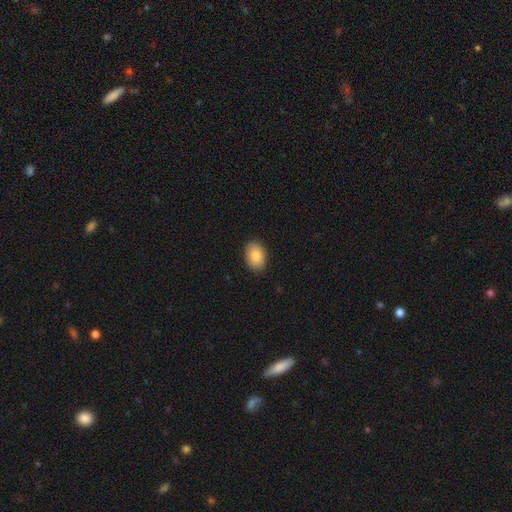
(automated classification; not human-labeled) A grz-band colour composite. It shows a smooth galaxy with no disk features (86%) that is in between round and cigar-shaped (81%). Merging: none (89%).